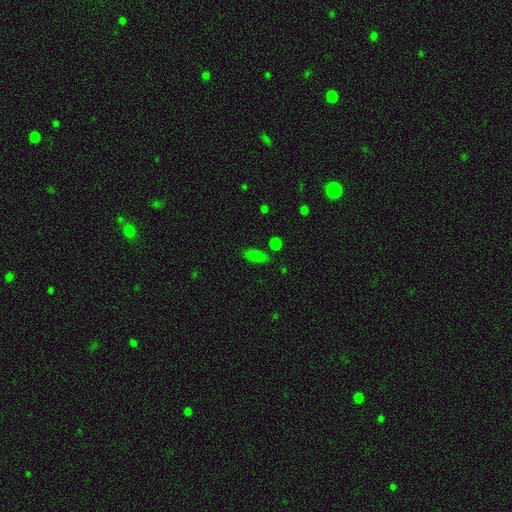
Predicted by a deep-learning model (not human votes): Smooth or featured? smooth (78%)
How rounded? in between (79%)
Merging? none (77%)